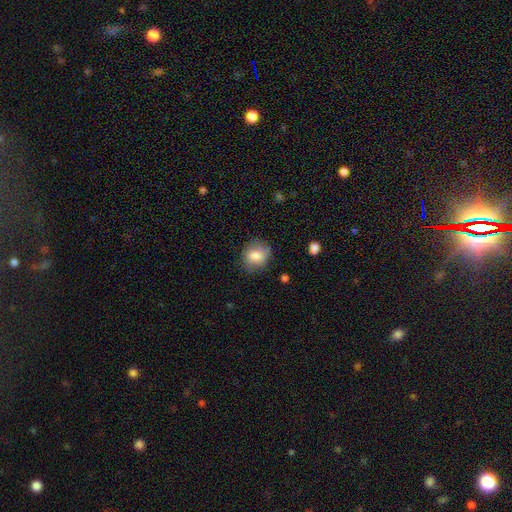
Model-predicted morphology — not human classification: smooth_or_featured: smooth (p=0.82) [alt: featured or disk p=0.10]
how_rounded: round (p=0.70) [alt: in between p=0.29]
merging: none (p=0.74) [alt: minor disturbance p=0.19]